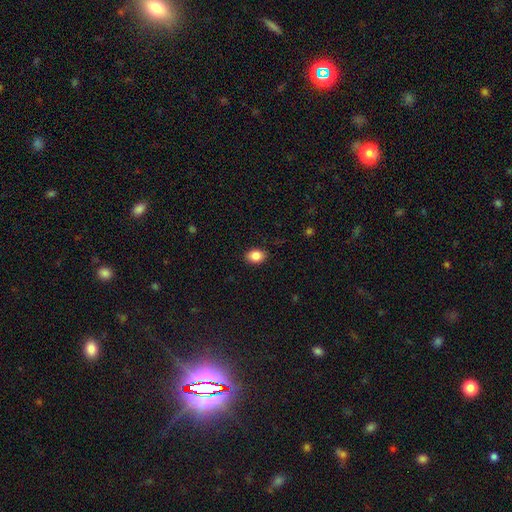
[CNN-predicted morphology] smooth_or_featured: smooth (p=0.87) [alt: star or artifact p=0.08]
how_rounded: in between (p=0.72) [alt: round p=0.27]
merging: none (p=0.88) [alt: minor disturbance p=0.09]